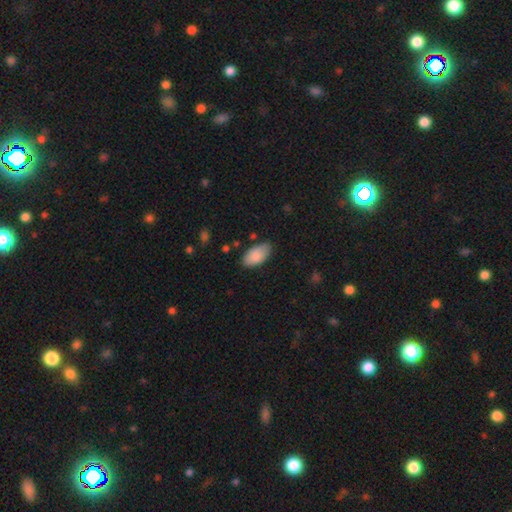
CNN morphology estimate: type=smooth (87%); roundness=in between (95%); merging=none (79%).